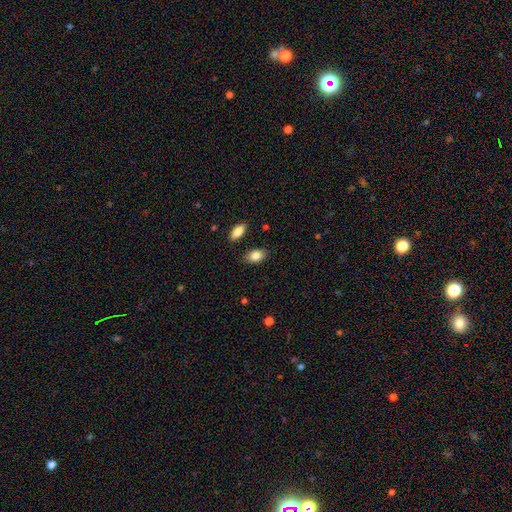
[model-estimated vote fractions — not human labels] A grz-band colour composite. It shows a smooth galaxy with no disk features (83%) that is in between round and cigar-shaped (87%). Merging: none (84%).